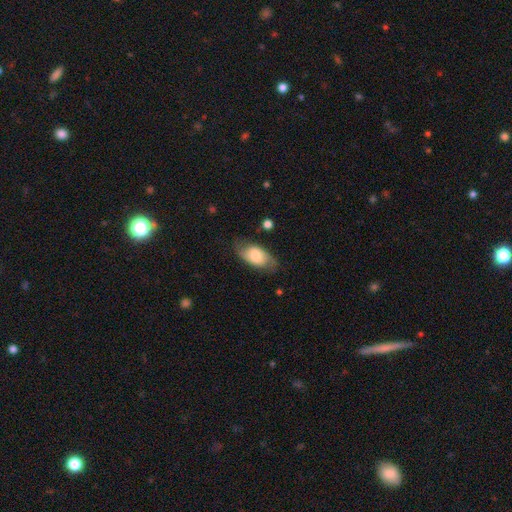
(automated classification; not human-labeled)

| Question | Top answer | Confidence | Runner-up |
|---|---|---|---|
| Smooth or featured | smooth | 55% | featured or disk (39%) |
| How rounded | in between | 91% | round (5%) |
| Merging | none | 70% | minor disturbance (21%) |